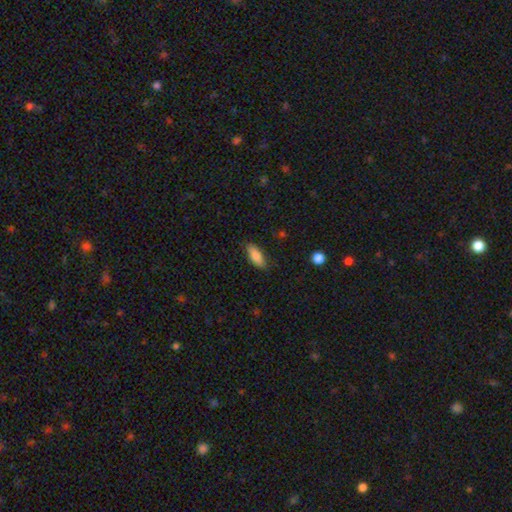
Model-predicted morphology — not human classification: type=smooth (85%); roundness=in between (77%); merging=none (83%).